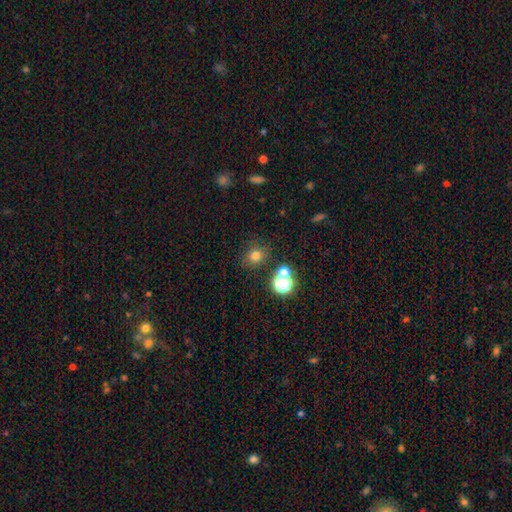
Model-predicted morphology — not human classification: Smooth or featured? smooth (74%)
How rounded? round (74%)
Merging? none (78%)